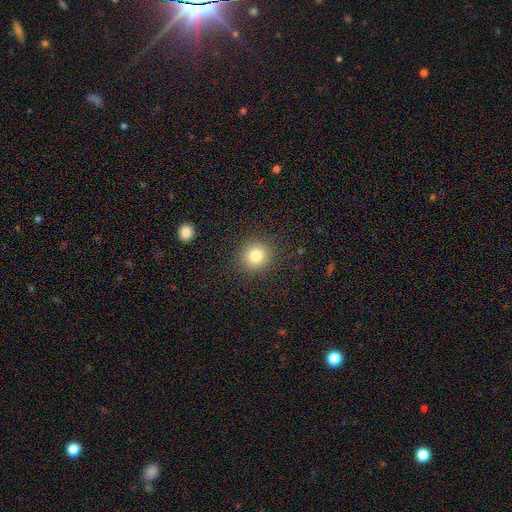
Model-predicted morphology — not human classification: Smooth or featured? smooth (80%)
How rounded? round (90%)
Merging? none (89%)